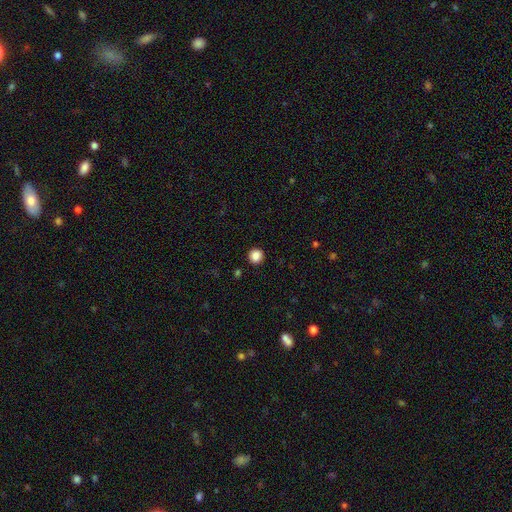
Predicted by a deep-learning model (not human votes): Q: Smooth or featured?
A: smooth (87%); runner-up: star or artifact (10%)
Q: How rounded?
A: round (94%); runner-up: in between (5%)
Q: Merging?
A: none (92%); runner-up: minor disturbance (5%)